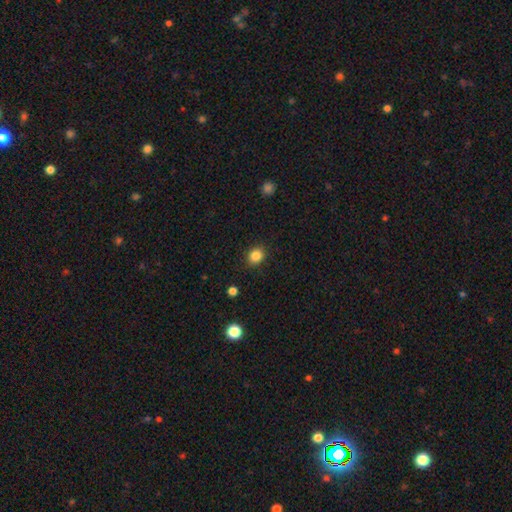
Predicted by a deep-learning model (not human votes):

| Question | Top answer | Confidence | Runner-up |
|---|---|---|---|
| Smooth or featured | smooth | 85% | star or artifact (11%) |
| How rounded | round | 67% | in between (32%) |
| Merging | none | 88% | minor disturbance (8%) |